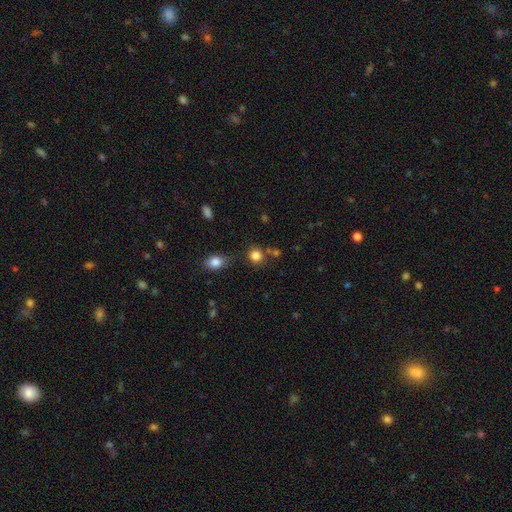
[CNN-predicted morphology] This is clearly a smooth galaxy (83%). How rounded: clearly round (87%). Merging: likely none (77%).